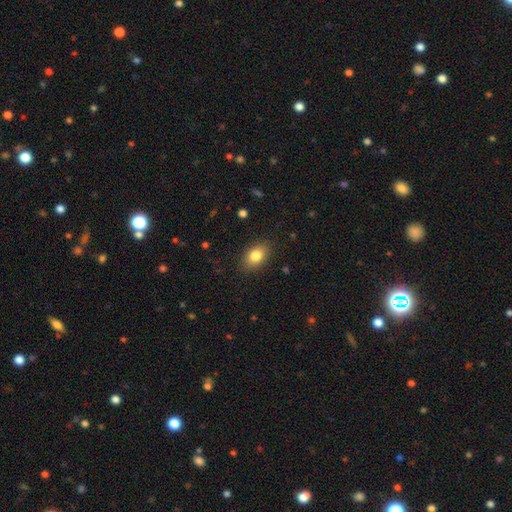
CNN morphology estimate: A smooth galaxy with no disk features (83%) that is in between round and cigar-shaped (84%).

Vote fractions:
- Smooth or featured? smooth: 83% / featured or disk: 9% / star or artifact: 8%
- How rounded? in between: 84% / round: 15% / cigar-shaped: 2%
- Merging? none: 86% / minor disturbance: 10% / major disturbance: 3% / merger: 1%